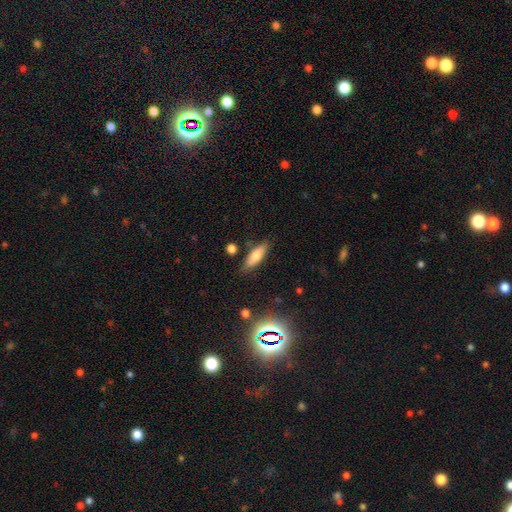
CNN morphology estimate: Smooth or featured?
  - smooth: 71% *
  - featured or disk: 21%
  - star or artifact: 8%
How rounded?
  - in between: 63% *
  - cigar-shaped: 35%
  - round: 3%
Merging?
  - none: 80% *
  - minor disturbance: 13%
  - merger: 3%
  - major disturbance: 3%